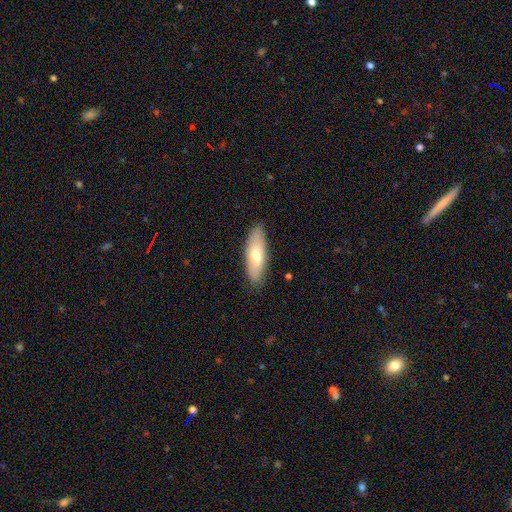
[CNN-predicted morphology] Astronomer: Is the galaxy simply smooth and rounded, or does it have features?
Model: smooth — 63%.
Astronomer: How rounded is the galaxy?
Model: in between — 61% (runner-up: cigar-shaped, 37%).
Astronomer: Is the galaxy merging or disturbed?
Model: none — 85%.